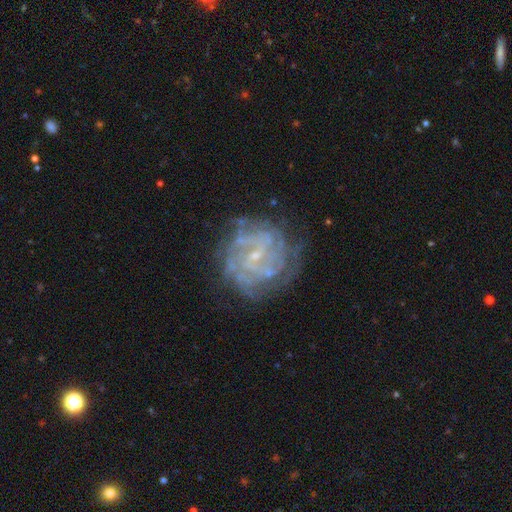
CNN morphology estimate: smooth-or-featured: featured or disk: 82% | smooth: 9% | star or artifact: 8%
  disk-edge-on: no: 98% | yes: 2%
    bar: weak: 46% | no: 42% | strong: 13%
    has-spiral-arms: yes: 88% | no: 12%
      spiral-winding: tight: 67% | medium: 26% | loose: 7%
      spiral-arm-count: can't tell: 43% | 4: 16% | 2: 13% | 3: 12% | more than 4: 9% | 1: 7%
    bulge-size: small: 81% | moderate: 10% | none: 7% | large: 1% | dominant: 1%
  merging: none: 74% | minor disturbance: 15% | major disturbance: 9% | merger: 2%